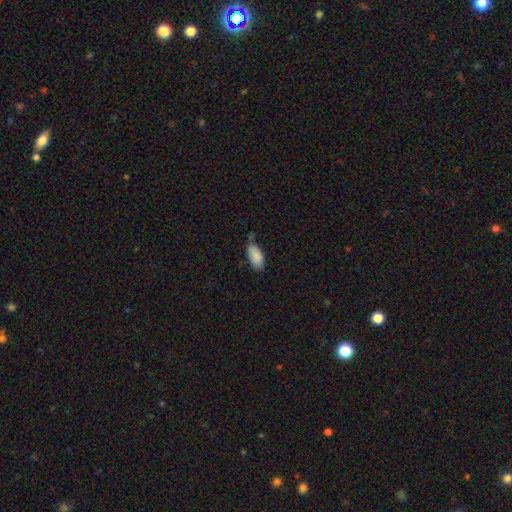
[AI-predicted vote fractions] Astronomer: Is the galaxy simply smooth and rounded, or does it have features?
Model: smooth — 88%.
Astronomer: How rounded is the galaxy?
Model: in between — 93%.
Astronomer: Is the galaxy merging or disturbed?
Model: none — 58%.